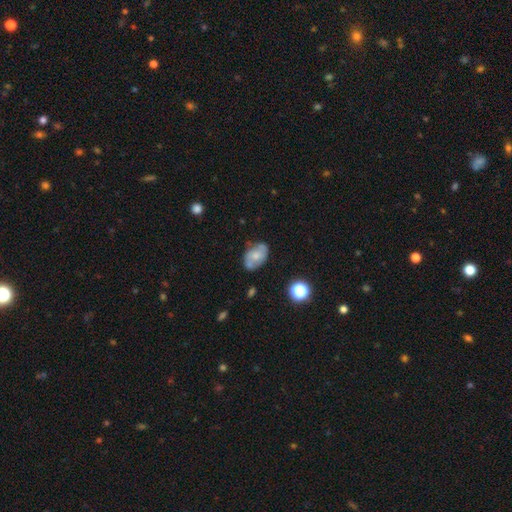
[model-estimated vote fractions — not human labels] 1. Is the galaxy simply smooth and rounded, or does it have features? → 50% smooth, 41% featured or disk, 9% star or artifact.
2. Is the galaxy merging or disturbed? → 60% none, 25% minor disturbance, 8% merger, 7% major disturbance.